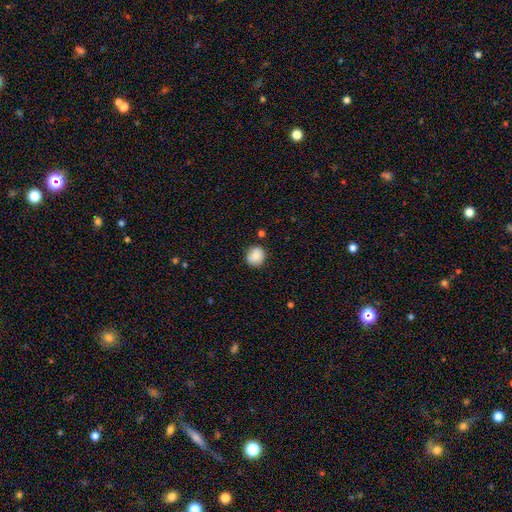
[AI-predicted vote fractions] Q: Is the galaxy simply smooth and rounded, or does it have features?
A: smooth — 85%.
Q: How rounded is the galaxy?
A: round — 83%.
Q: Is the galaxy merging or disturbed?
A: none — 84%.